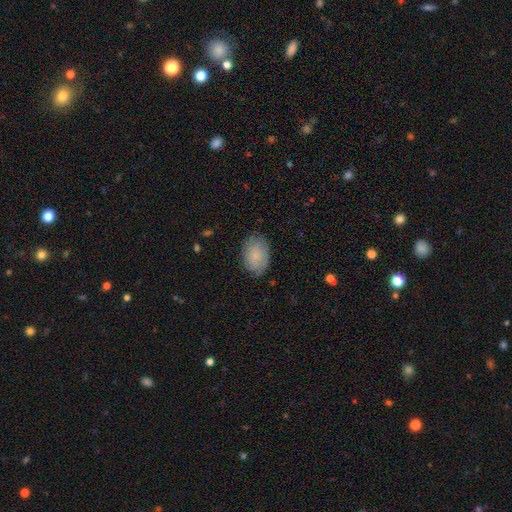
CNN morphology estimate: Smooth or featured: smooth — 78% (featured or disk — 15%)
How rounded: in between — 82% (round — 17%)
Merging: none — 77% (minor disturbance — 18%)